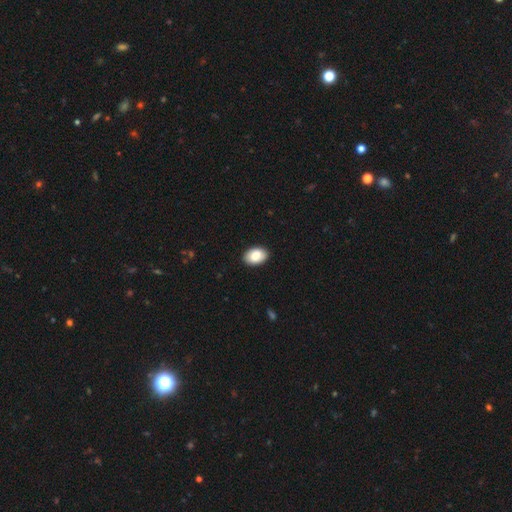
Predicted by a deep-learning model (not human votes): This is clearly a smooth galaxy (87%). How rounded: clearly in between (88%). Merging: clearly none (90%).